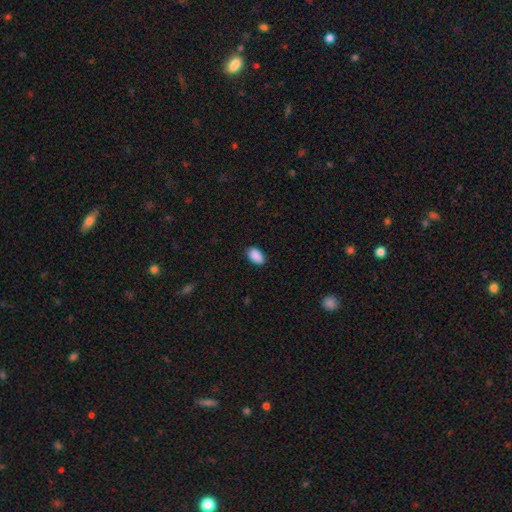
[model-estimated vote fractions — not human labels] The model was most divided on "merging": none: 87%, minor disturbance: 10%, major disturbance: 2%, merger: 1%. More confident: how rounded — in between (92%); smooth or featured — smooth (91%).